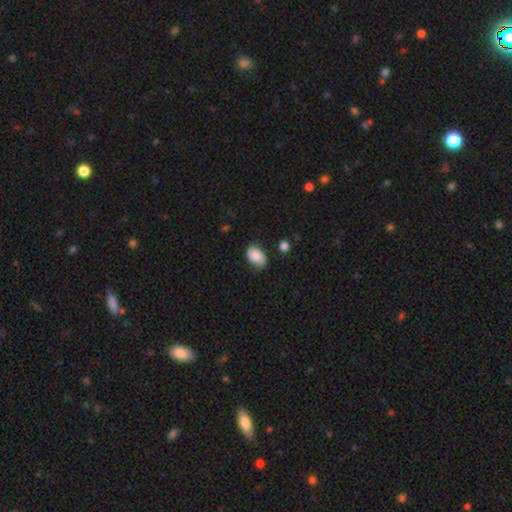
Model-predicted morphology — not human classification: Smooth or featured?
  - smooth: 78% *
  - featured or disk: 14%
  - star or artifact: 8%
How rounded?
  - in between: 87% *
  - round: 12%
  - cigar-shaped: 1%
Merging?
  - none: 64% *
  - minor disturbance: 28%
  - major disturbance: 6%
  - merger: 3%